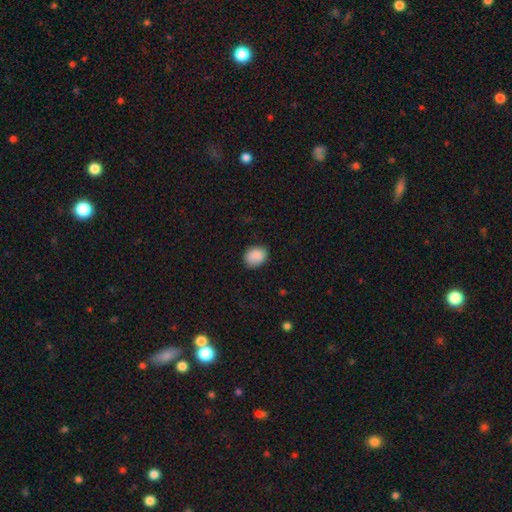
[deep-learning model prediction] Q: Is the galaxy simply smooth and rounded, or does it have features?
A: smooth — 89%.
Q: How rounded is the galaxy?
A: in between — 55%.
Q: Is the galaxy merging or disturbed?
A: none — 82%.